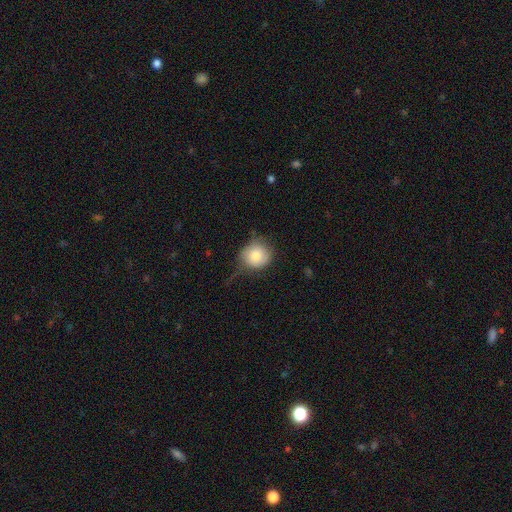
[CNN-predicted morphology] type=smooth (78%); roundness=round (87%); merging=none (54%).